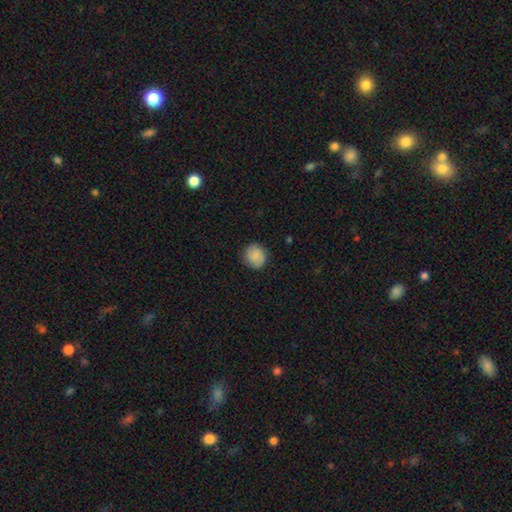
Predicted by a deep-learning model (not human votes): Smooth or featured? smooth (82%)
How rounded? round (83%)
Merging? none (85%)